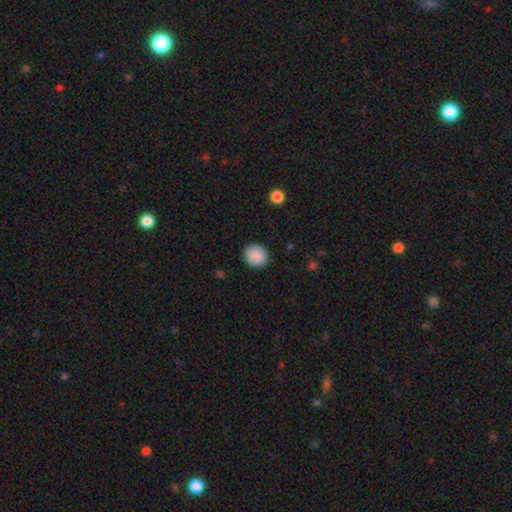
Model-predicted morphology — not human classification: Q: Smooth or featured?
A: smooth (90%); runner-up: star or artifact (8%)
Q: How rounded?
A: round (84%); runner-up: in between (15%)
Q: Merging?
A: none (91%); runner-up: minor disturbance (6%)